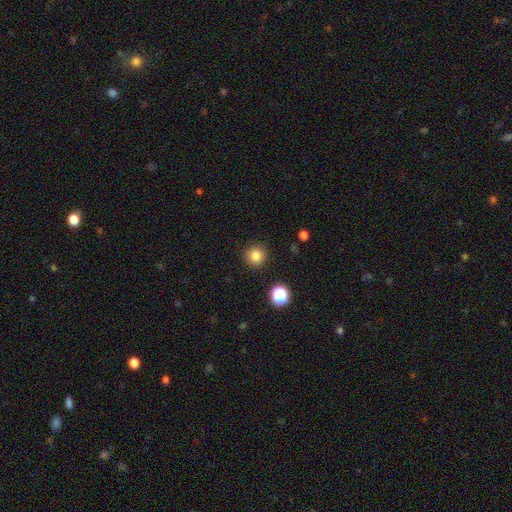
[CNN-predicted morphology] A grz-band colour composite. It shows a smooth galaxy with no disk features (82%) that is round (94%). Merging: none (91%).